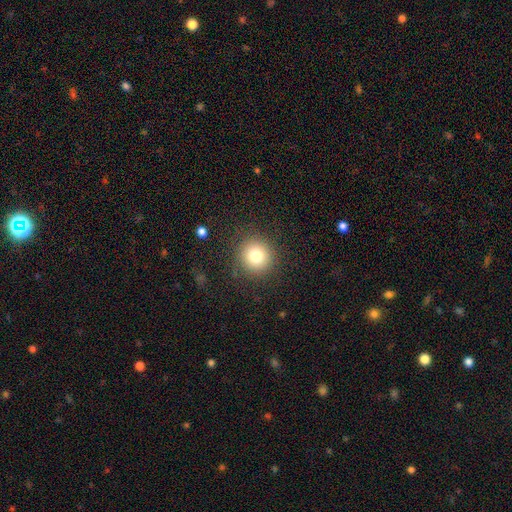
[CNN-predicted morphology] Overall: smooth (78%). How rounded: round (94%). Merging: none (88%).